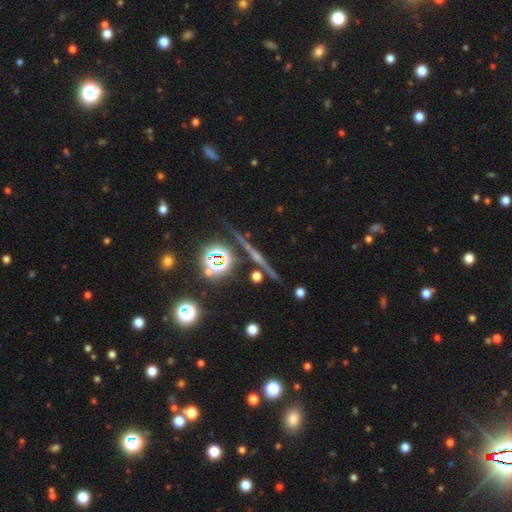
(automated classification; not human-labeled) Overall: featured or disk (56%; star or artifact 28%). Edge-on disk: yes (94%). Edge-on bulge: rounded (44%; none 43%). Merging: none (86%).